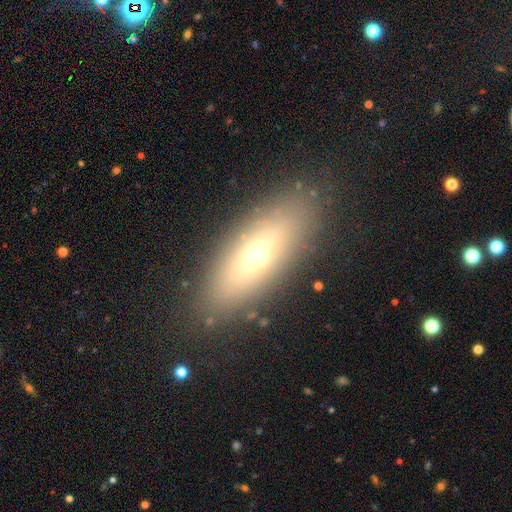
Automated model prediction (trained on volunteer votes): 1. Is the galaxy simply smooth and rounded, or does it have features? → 62% smooth, 27% featured or disk, 11% star or artifact.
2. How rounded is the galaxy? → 62% in between, 34% cigar-shaped, 4% round.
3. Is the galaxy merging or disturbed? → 85% none, 10% minor disturbance, 4% major disturbance, 2% merger.